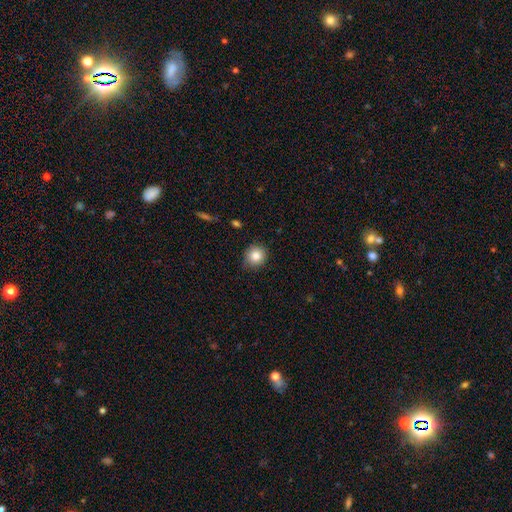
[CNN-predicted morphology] A smooth galaxy with no disk features (84%) that is round (88%). Merging: none (84%).